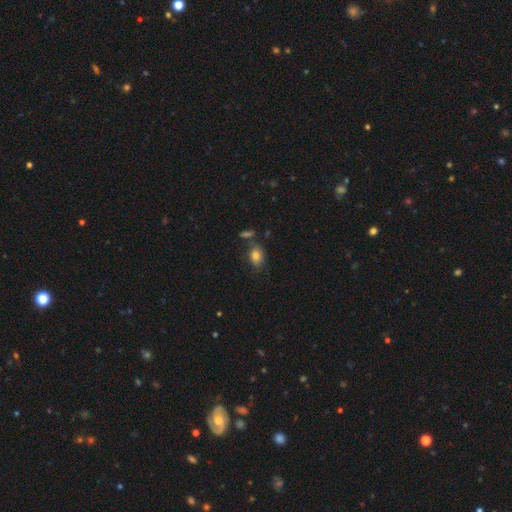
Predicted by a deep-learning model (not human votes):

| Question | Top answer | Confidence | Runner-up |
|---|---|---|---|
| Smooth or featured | smooth | 81% | featured or disk (10%) |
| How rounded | in between | 75% | round (23%) |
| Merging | none | 72% | minor disturbance (15%) |